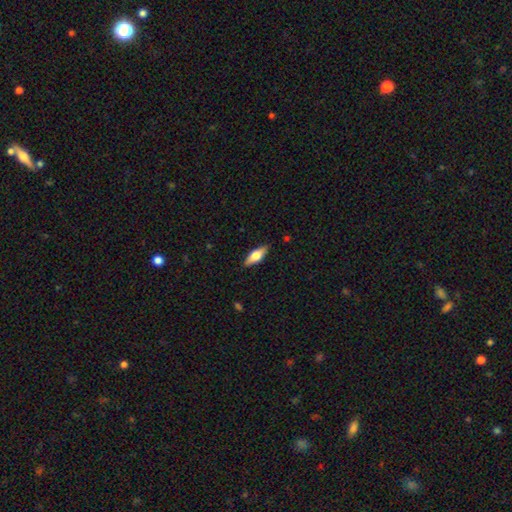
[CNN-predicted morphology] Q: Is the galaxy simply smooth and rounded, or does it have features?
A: smooth — 56%.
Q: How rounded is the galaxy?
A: in between — 64%.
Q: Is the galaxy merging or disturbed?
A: none — 87%.